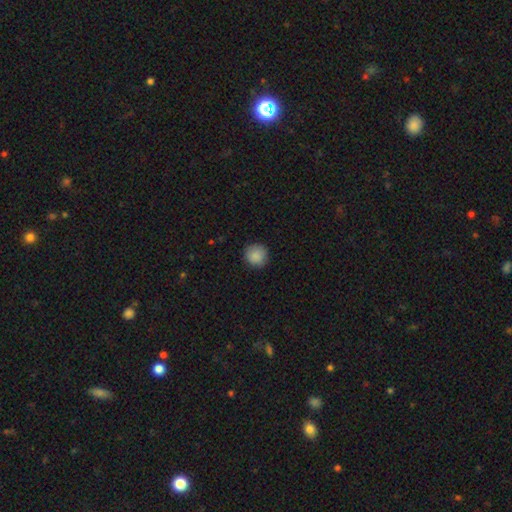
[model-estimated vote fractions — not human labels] smooth 88%, star or artifact 8%, featured or disk 4%. Down the decision tree: how rounded — round (94%); merging — none (89%).